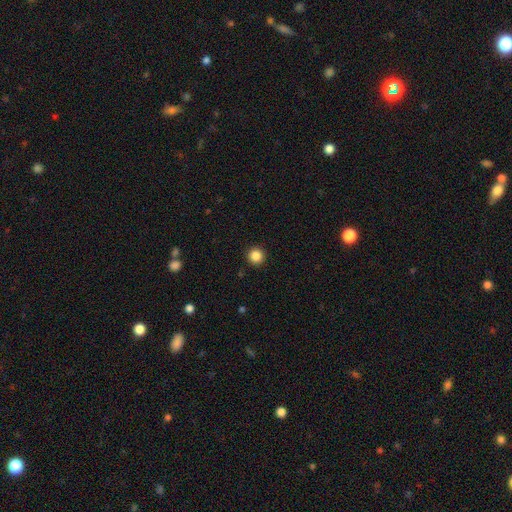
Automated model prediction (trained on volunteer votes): smooth_or_featured: smooth (p=0.86) [alt: star or artifact p=0.11]
how_rounded: round (p=0.96) [alt: in between p=0.03]
merging: none (p=0.93) [alt: minor disturbance p=0.05]